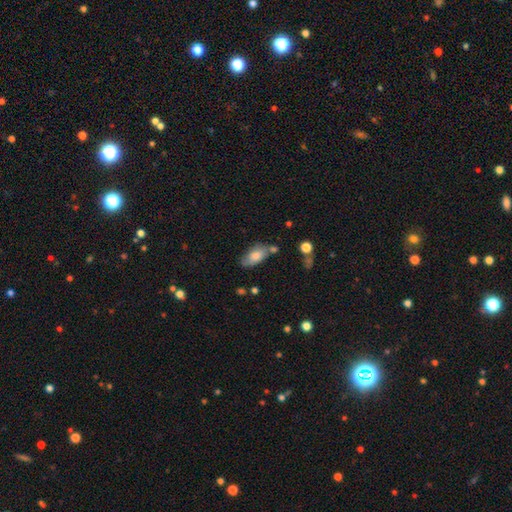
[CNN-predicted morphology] smooth 72%, featured or disk 21%, star or artifact 7%. Down the decision tree: how rounded — in between (91%); merging — none (56%).